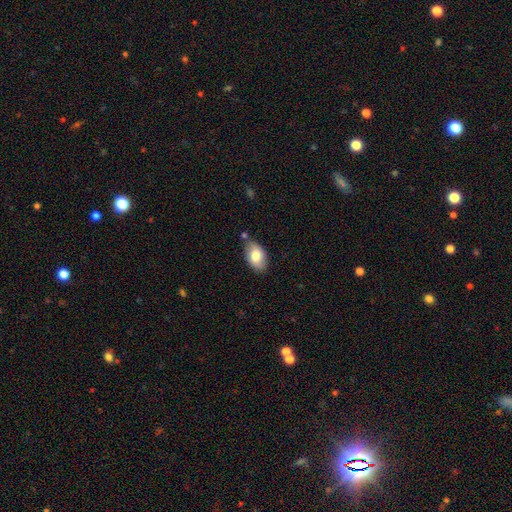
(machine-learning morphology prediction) A smooth galaxy with no disk features (80%) that is in between round and cigar-shaped (93%).

Vote fractions:
- Smooth or featured? smooth: 80% / featured or disk: 14% / star or artifact: 7%
- How rounded? in between: 93% / round: 6% / cigar-shaped: 1%
- Merging? none: 76% / minor disturbance: 16% / merger: 4% / major disturbance: 3%